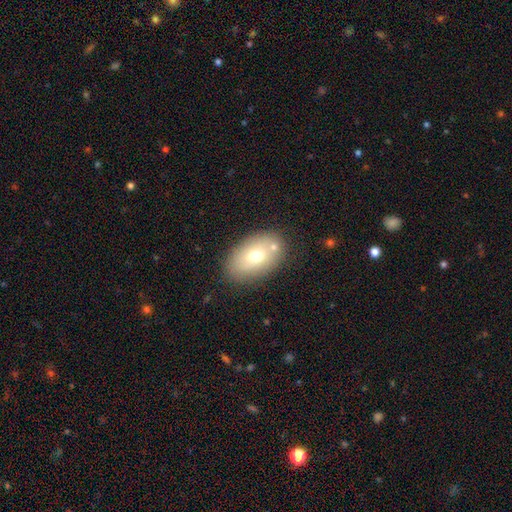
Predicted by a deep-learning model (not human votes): Smooth or featured: smooth — 67% (featured or disk — 24%)
How rounded: in between — 90% (round — 9%)
Merging: none — 73% (minor disturbance — 13%)